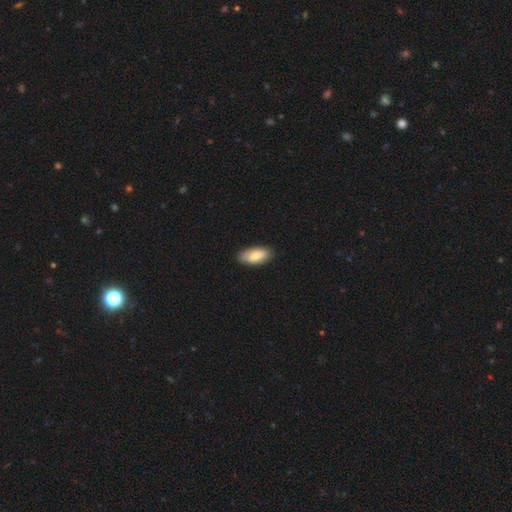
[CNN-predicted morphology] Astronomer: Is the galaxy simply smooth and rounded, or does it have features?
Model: smooth — 75%.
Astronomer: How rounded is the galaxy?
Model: in between — 90%.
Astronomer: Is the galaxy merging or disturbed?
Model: none — 86%.